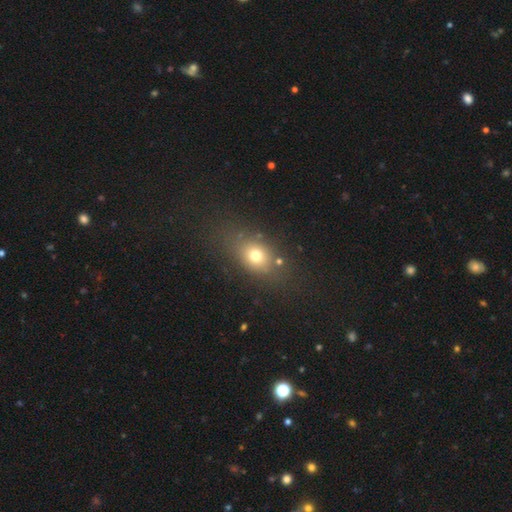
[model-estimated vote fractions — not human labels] Smooth or featured: smooth — 72% (star or artifact — 15%)
How rounded: in between — 56% (round — 41%)
Merging: none — 71% (minor disturbance — 15%)